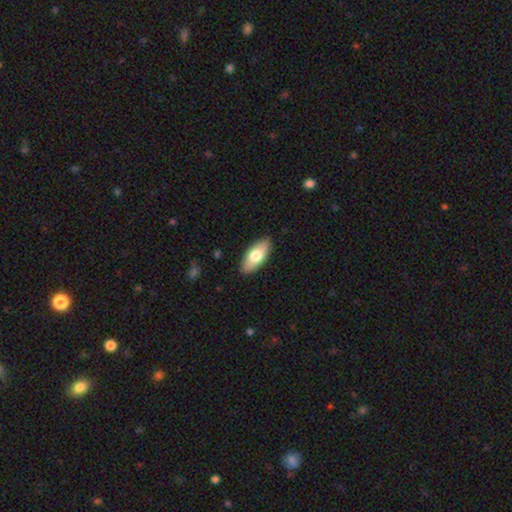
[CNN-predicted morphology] Smooth or featured?
  - smooth: 74% *
  - featured or disk: 21%
  - star or artifact: 6%
How rounded?
  - in between: 88% *
  - cigar-shaped: 10%
  - round: 2%
Merging?
  - none: 89% *
  - minor disturbance: 8%
  - major disturbance: 2%
  - merger: 1%